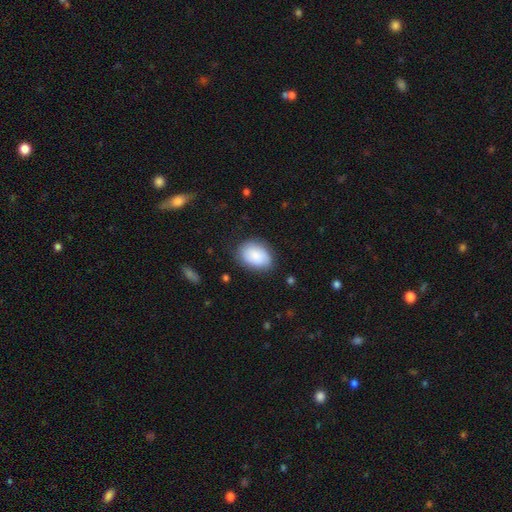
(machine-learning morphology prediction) Q: Smooth or featured?
A: smooth (85%); runner-up: featured or disk (8%)
Q: How rounded?
A: in between (81%); runner-up: round (18%)
Q: Merging?
A: none (76%); runner-up: minor disturbance (18%)